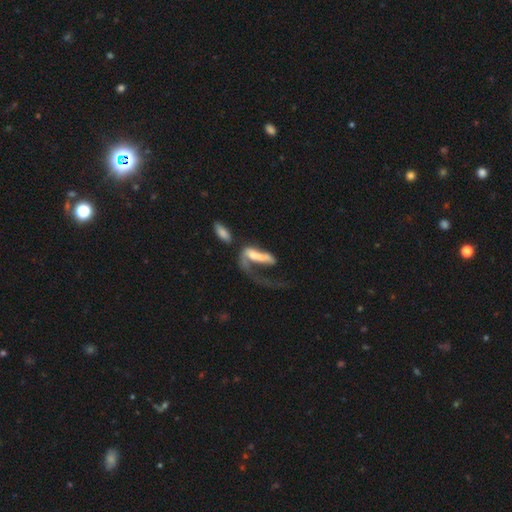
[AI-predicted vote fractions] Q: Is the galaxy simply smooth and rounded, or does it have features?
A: featured or disk — 55%.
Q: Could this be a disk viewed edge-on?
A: no — 84%.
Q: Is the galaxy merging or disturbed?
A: major disturbance — 51%.